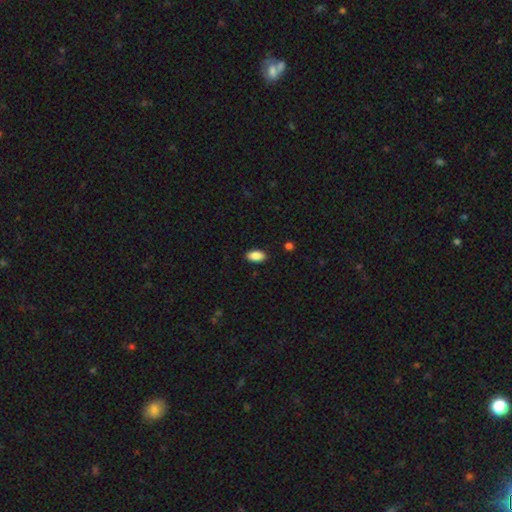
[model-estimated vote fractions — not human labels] Overall: smooth (88%). How rounded: in between (94%). Merging: none (89%).